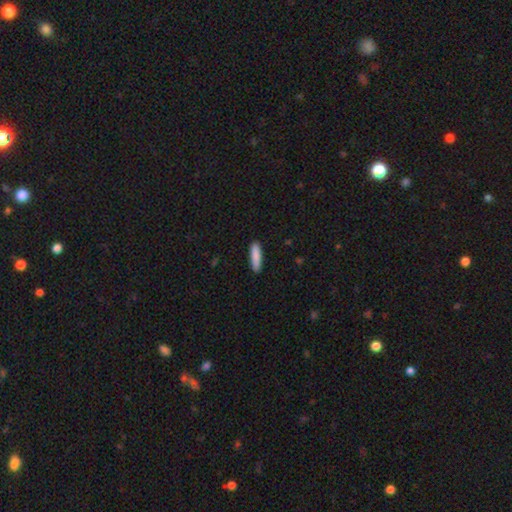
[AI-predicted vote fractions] Smooth or featured? Predicted: smooth (p=0.88). How rounded? Predicted: cigar-shaped (p=0.73). Merging? Predicted: none (p=0.89).